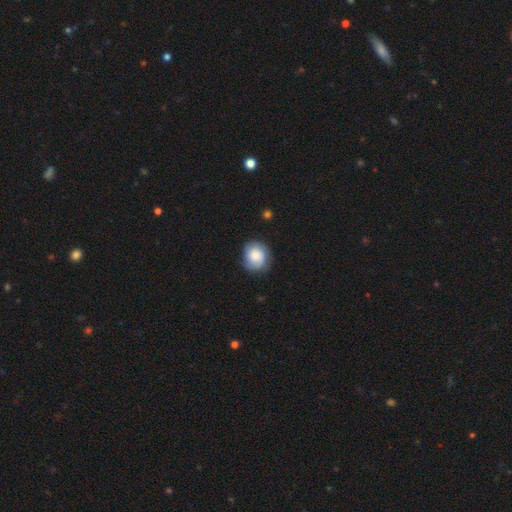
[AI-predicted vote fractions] smooth_or_featured: smooth (p=0.58) [alt: featured or disk p=0.34]
how_rounded: round (p=0.80) [alt: in between p=0.20]
merging: none (p=0.78) [alt: minor disturbance p=0.16]